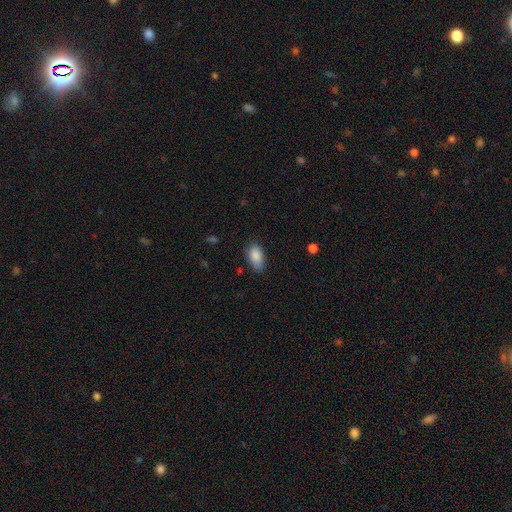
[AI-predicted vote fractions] smooth 88%, star or artifact 7%, featured or disk 5%. Down the decision tree: how rounded — in between (93%); merging — none (73%).